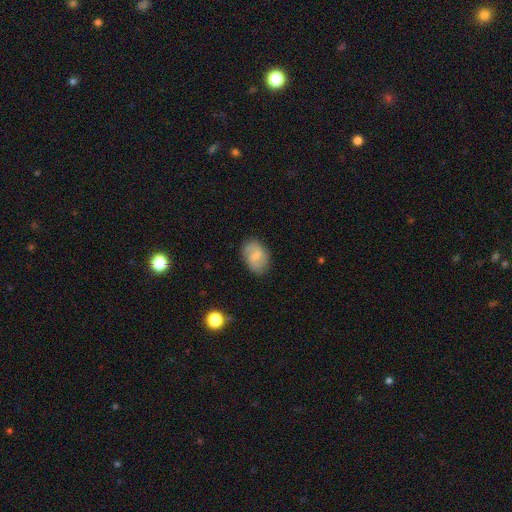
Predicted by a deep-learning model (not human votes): This appears to be a smooth galaxy with no disk features (51%) that is in between round and cigar-shaped (80%). Merging: none (79%).